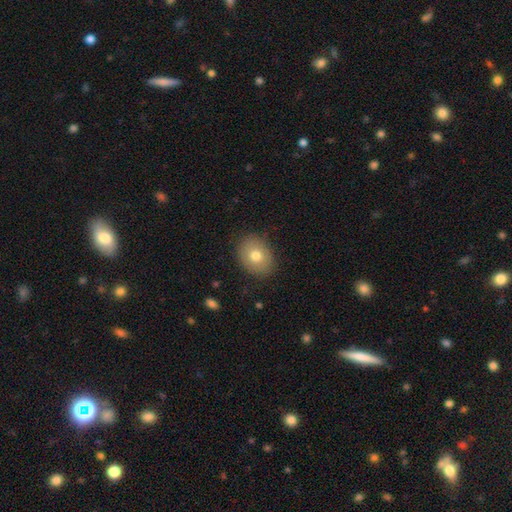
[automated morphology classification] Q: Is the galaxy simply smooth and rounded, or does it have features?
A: smooth — 75%.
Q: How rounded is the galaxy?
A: in between — 54%.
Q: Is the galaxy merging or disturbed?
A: none — 85%.